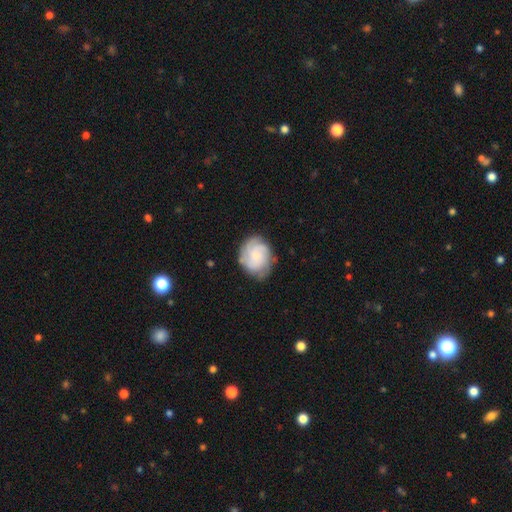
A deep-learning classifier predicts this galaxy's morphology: Overall: featured or disk (69%). Edge-on disk: no (98%). Bar: no (74%). Spiral arms: yes (94%). Spiral arm count: 3 (35%; can't tell 25%). Spiral winding: tight (59%; medium 33%). Bulge size: small (59%; moderate 26%). Merging: none (73%).